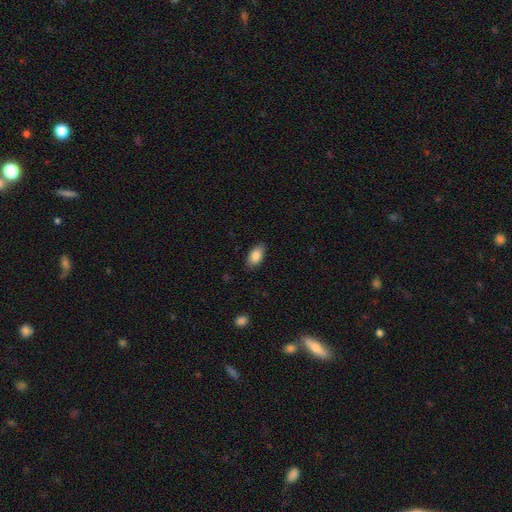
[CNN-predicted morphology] This is clearly a smooth galaxy (85%). How rounded: clearly in between (92%). Merging: clearly none (86%).